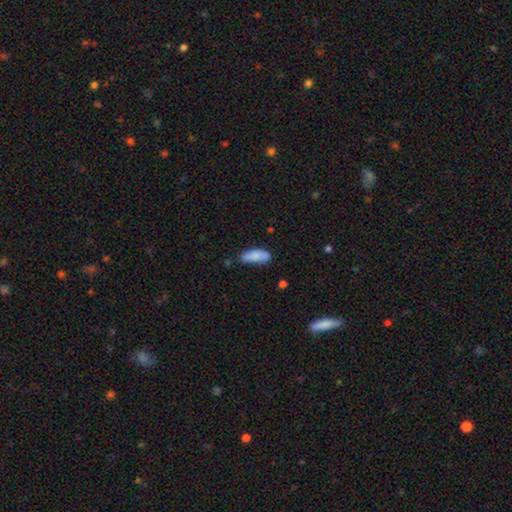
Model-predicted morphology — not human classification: Overall: smooth (83%). How rounded: in between (68%; cigar-shaped 30%). Merging: none (57%; minor disturbance 30%).